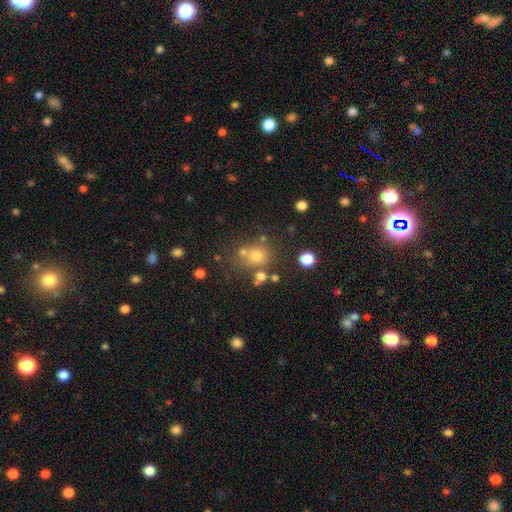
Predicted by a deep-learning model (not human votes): Smooth or featured? Predicted: smooth (p=0.65). How rounded? Predicted: round (p=0.80). Merging? Predicted: none (p=0.64).